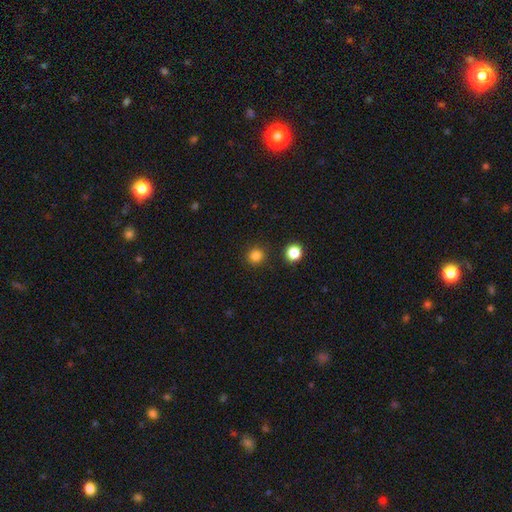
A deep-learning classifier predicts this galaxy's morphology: smooth-or-featured: smooth: 83% | star or artifact: 14% | featured or disk: 4%
  how-rounded: round: 93% | in between: 7% | cigar-shaped: 1%
  merging: none: 90% | minor disturbance: 6% | merger: 2% | major disturbance: 2%